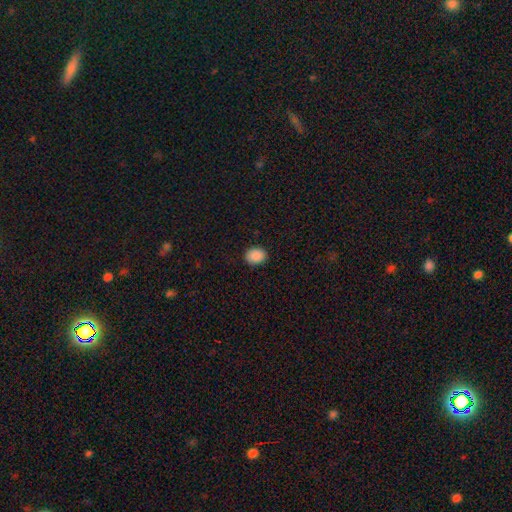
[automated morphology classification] Smooth or featured? smooth (89%)
How rounded? in between (54%)
Merging? none (89%)